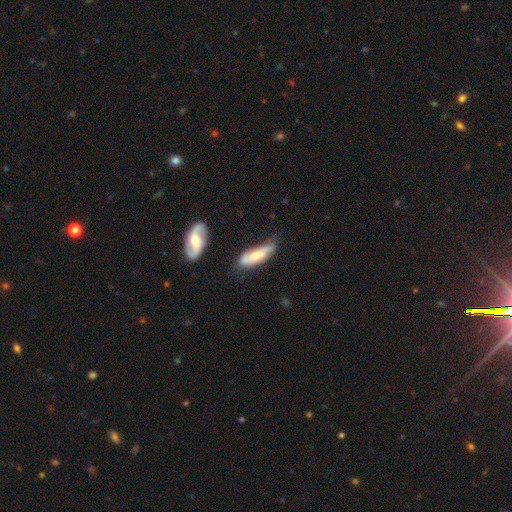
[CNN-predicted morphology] Overall: smooth (61%; featured or disk 33%). How rounded: cigar-shaped (55%; in between 43%). Merging: none (53%; minor disturbance 33%).